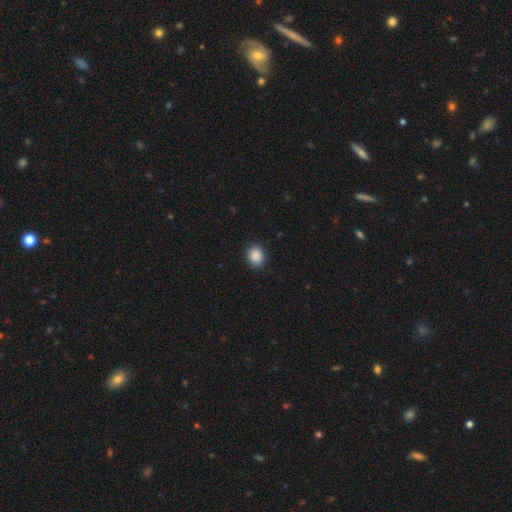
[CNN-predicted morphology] Q: Smooth or featured?
A: smooth (89%); runner-up: star or artifact (8%)
Q: How rounded?
A: round (58%); runner-up: in between (42%)
Q: Merging?
A: none (88%); runner-up: minor disturbance (9%)